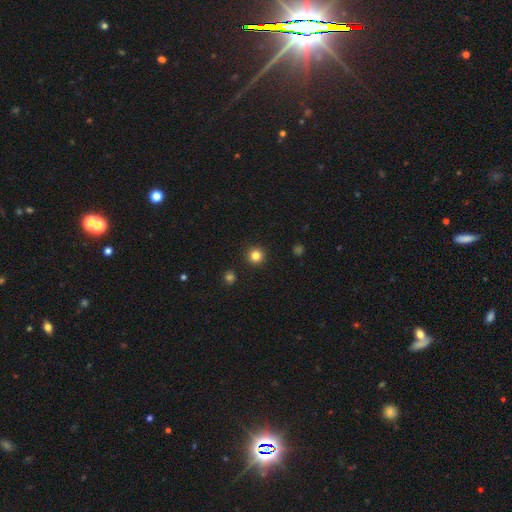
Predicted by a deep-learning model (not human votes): A smooth galaxy with no disk features (84%) that is round (96%).

Vote fractions:
- Smooth or featured? smooth: 84% / star or artifact: 12% / featured or disk: 4%
- How rounded? round: 96% / in between: 3% / cigar-shaped: 1%
- Merging? none: 93% / minor disturbance: 4% / major disturbance: 2% / merger: 1%